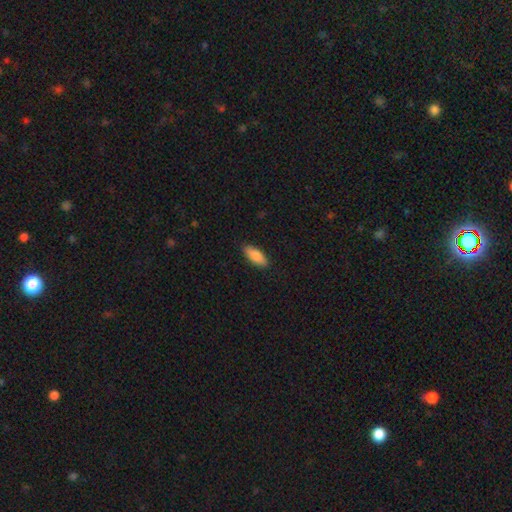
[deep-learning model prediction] A smooth galaxy with no disk features (86%) that is in between round and cigar-shaped (76%).

Vote fractions:
- Smooth or featured? smooth: 86% / featured or disk: 9% / star or artifact: 6%
- How rounded? in between: 76% / cigar-shaped: 22% / round: 2%
- Merging? none: 89% / minor disturbance: 9% / major disturbance: 2% / merger: 1%